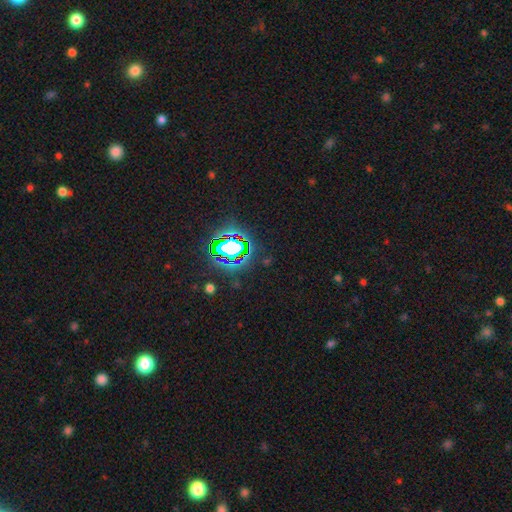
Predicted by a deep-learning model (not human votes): A star or artifact, not a galaxy (82%).